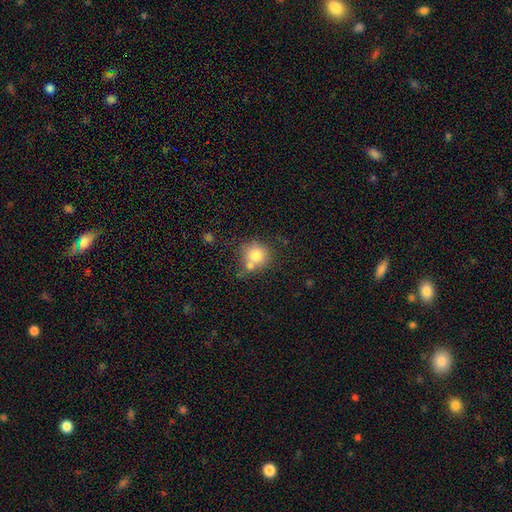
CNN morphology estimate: smooth_or_featured: smooth (p=0.78) [alt: featured or disk p=0.12]
how_rounded: round (p=0.84) [alt: in between p=0.15]
merging: none (p=0.50) [alt: merger p=0.31]